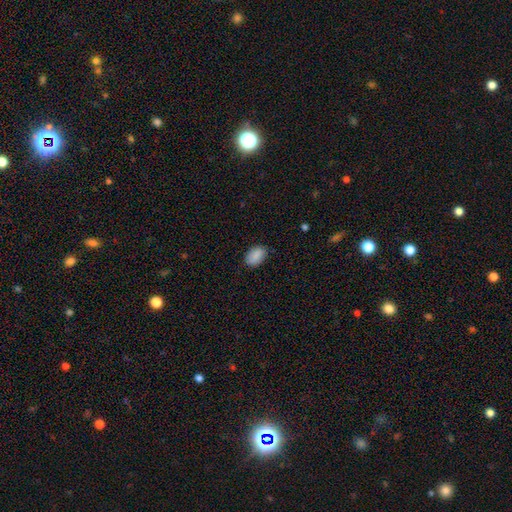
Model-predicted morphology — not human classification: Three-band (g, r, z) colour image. It shows a smooth galaxy with no disk features (89%) that is in between round and cigar-shaped (90%). Merging: none (84%).